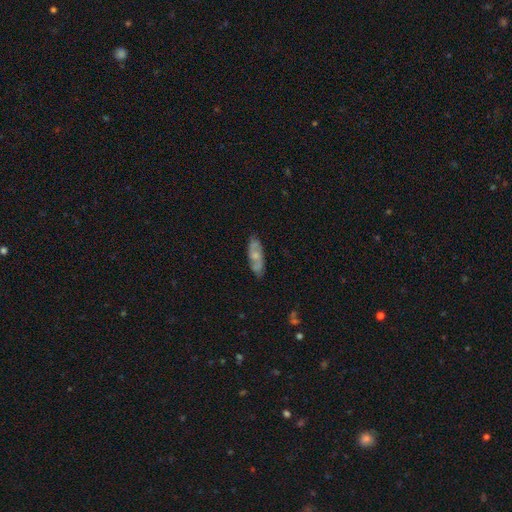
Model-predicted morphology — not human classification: featured or disk 54%, smooth 39%, star or artifact 7%. Down the decision tree: edge-on disk — no (79%); merging — none (82%).